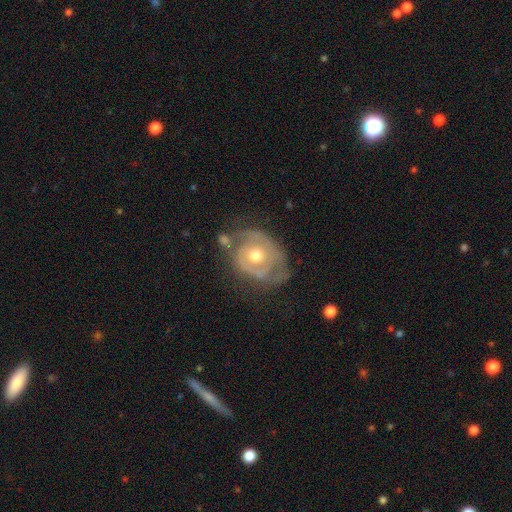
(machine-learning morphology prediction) Q: Smooth or featured?
A: featured or disk (77%); runner-up: smooth (18%)
Q: Edge-on disk?
A: no (96%); runner-up: yes (4%)
Q: Bar?
A: no (81%); runner-up: weak (16%)
Q: Spiral arms?
A: yes (72%); runner-up: no (28%)
Q: Spiral winding?
A: tight (66%); runner-up: medium (25%)
Q: Spiral arm count?
A: 2 (38%); runner-up: can't tell (35%)
Q: Bulge size?
A: moderate (70%); runner-up: small (23%)
Q: Merging?
A: none (50%); runner-up: minor disturbance (27%)